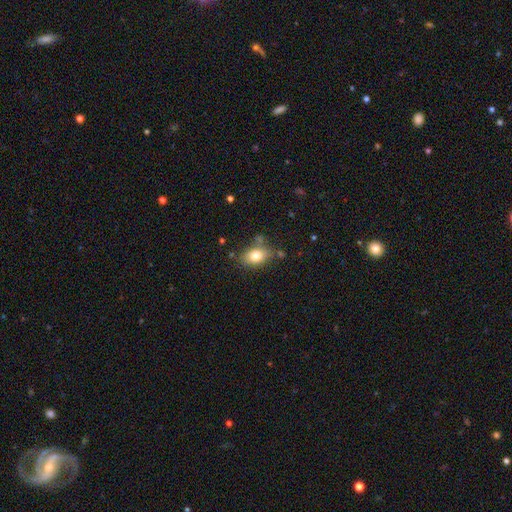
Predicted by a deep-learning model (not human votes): A smooth galaxy with no disk features (79%) that is in between round and cigar-shaped (82%). Merging: none (72%).